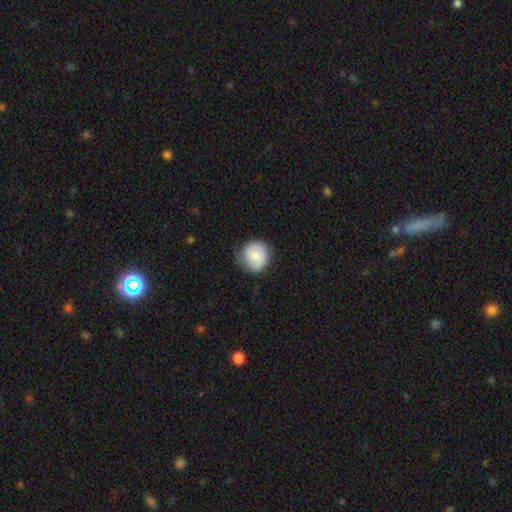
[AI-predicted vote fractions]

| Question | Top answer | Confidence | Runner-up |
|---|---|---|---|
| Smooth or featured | smooth | 70% | featured or disk (24%) |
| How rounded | round | 88% | in between (11%) |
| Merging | none | 74% | minor disturbance (20%) |